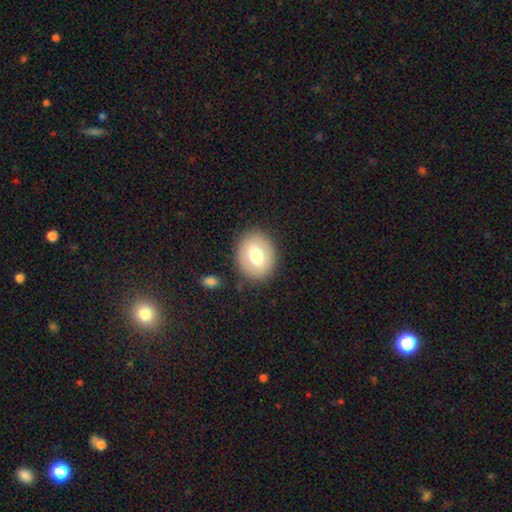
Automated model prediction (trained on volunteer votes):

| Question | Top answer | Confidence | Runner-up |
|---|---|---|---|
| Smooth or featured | smooth | 63% | featured or disk (30%) |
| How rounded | in between | 51% | round (48%) |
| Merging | none | 84% | minor disturbance (10%) |